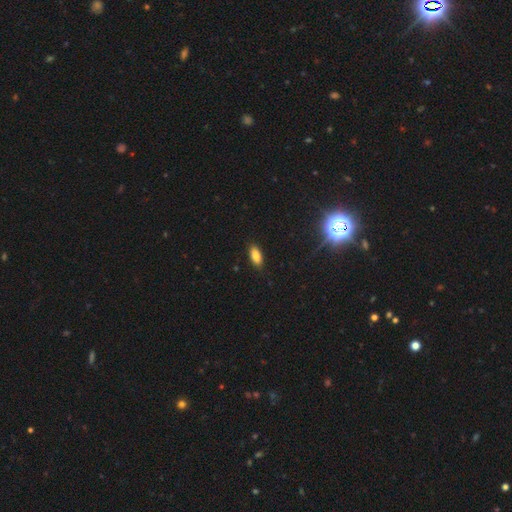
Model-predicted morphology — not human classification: Smooth or featured: smooth — 83% (star or artifact — 10%)
How rounded: in between — 87% (cigar-shaped — 11%)
Merging: none — 88% (minor disturbance — 9%)